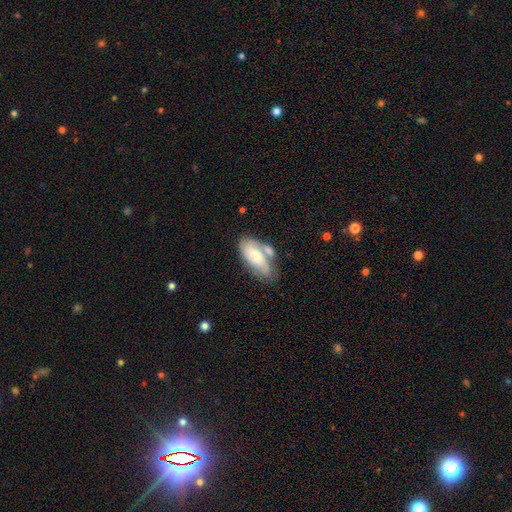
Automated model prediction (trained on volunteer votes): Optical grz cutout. It shows a smooth galaxy with no disk features (55%) that is in between round and cigar-shaped (89%). Merging: none (39%).